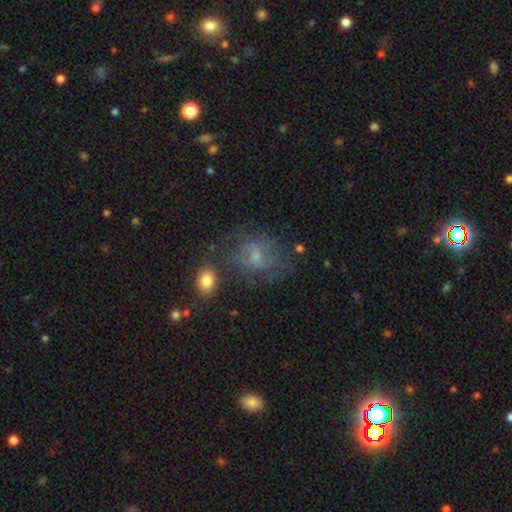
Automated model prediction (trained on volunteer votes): Smooth or featured?
  - featured or disk: 49% *
  - smooth: 39%
  - star or artifact: 12%
Merging?
  - none: 52% *
  - minor disturbance: 23%
  - major disturbance: 20%
  - merger: 5%